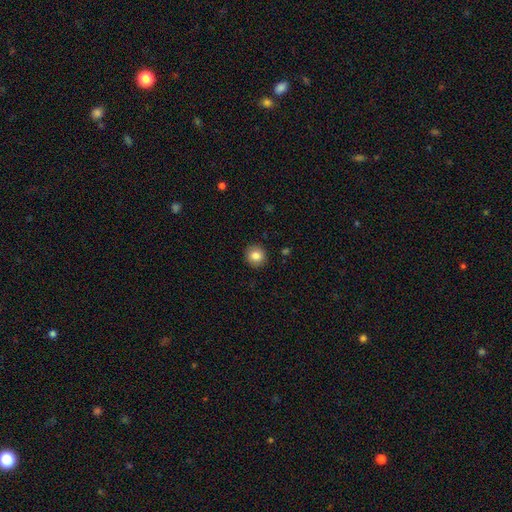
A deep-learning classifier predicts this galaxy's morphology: The model was most divided on "smooth or featured": smooth: 85%, star or artifact: 9%, featured or disk: 6%. More confident: how rounded — round (92%); merging — none (92%).